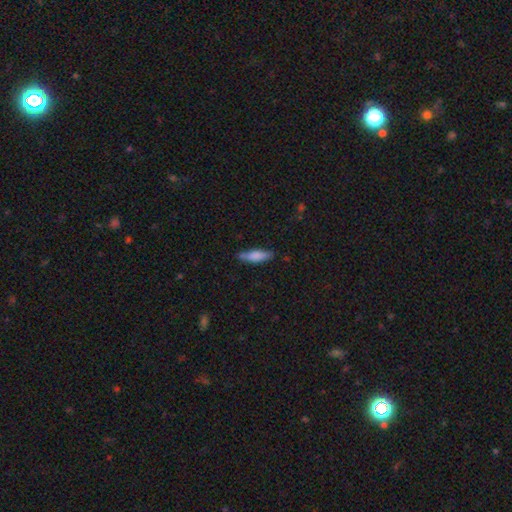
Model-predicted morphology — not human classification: smooth_or_featured: smooth (p=0.78) [alt: featured or disk p=0.16]
how_rounded: cigar-shaped (p=0.56) [alt: in between p=0.43]
merging: none (p=0.72) [alt: minor disturbance p=0.20]